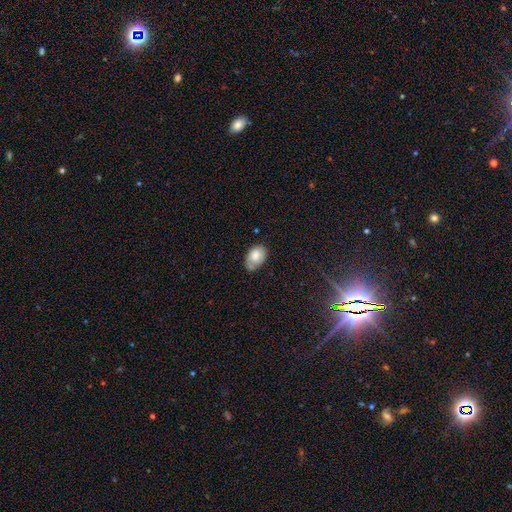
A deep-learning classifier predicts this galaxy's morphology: Overall: smooth (72%). How rounded: in between (88%). Merging: none (57%; minor disturbance 33%).